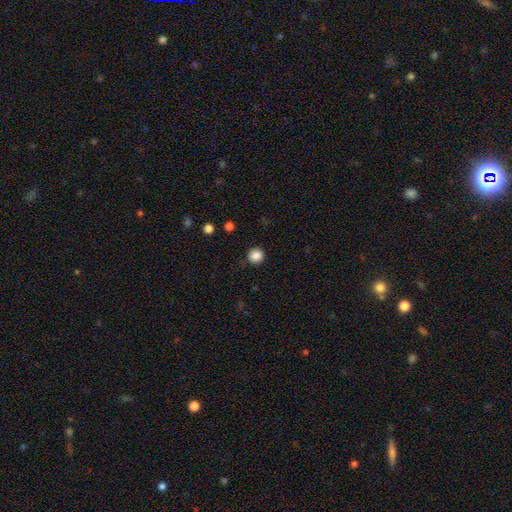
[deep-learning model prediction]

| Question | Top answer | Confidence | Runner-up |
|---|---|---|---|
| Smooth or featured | smooth | 86% | star or artifact (11%) |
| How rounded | round | 92% | in between (7%) |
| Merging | none | 87% | minor disturbance (9%) |